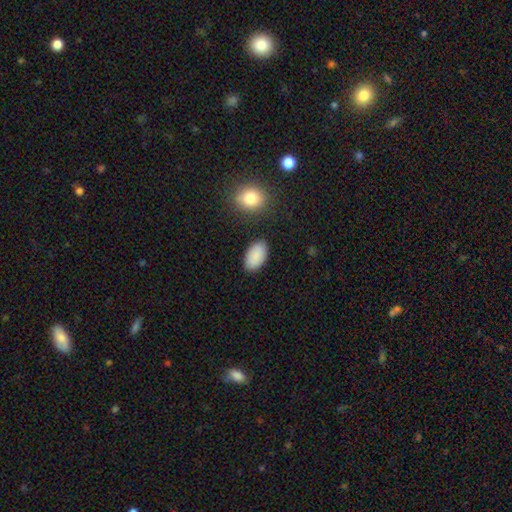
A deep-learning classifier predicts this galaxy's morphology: Smooth or featured: smooth — 89% (star or artifact — 7%)
How rounded: in between — 94% (round — 4%)
Merging: none — 85% (minor disturbance — 10%)